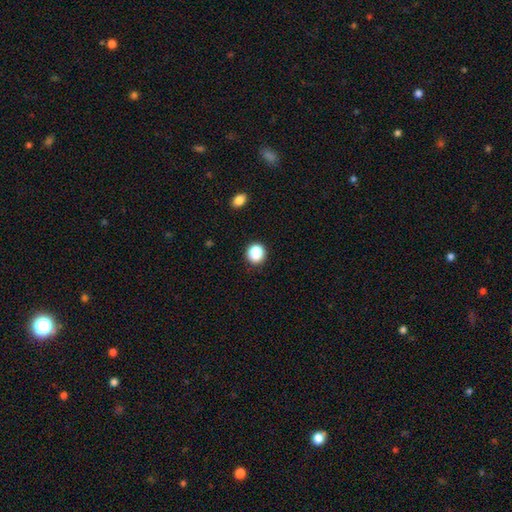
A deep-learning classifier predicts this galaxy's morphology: type=smooth (84%); roundness=round (81%); merging=none (90%).